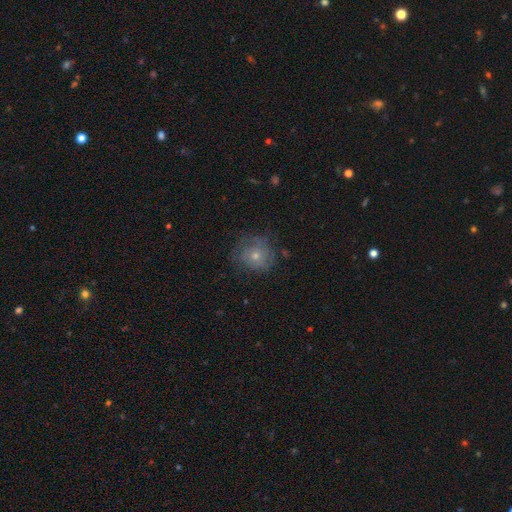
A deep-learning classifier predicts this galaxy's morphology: smooth_or_featured: featured or disk (p=0.47) [alt: smooth p=0.38]
merging: none (p=0.71) [alt: minor disturbance p=0.19]